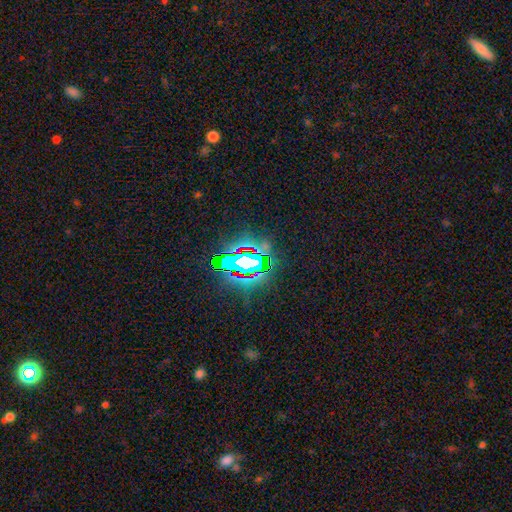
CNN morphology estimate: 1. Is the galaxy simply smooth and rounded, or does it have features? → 82% star or artifact, 11% smooth, 7% featured or disk.